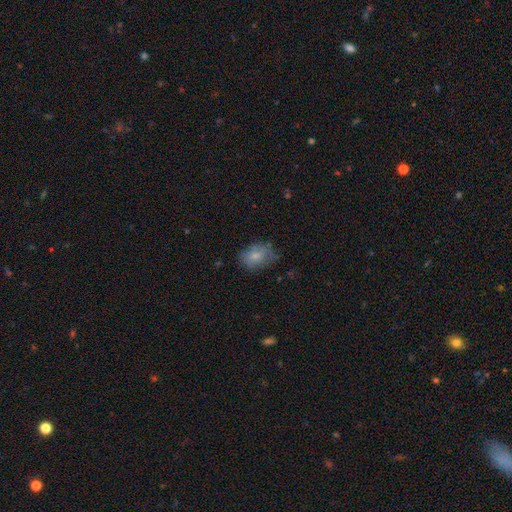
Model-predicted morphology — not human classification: A smooth galaxy with no disk features (75%) that is in between round and cigar-shaped (74%).

Vote fractions:
- Smooth or featured? smooth: 75% / featured or disk: 17% / star or artifact: 8%
- How rounded? in between: 74% / round: 25% / cigar-shaped: 1%
- Merging? none: 61% / minor disturbance: 28% / major disturbance: 9% / merger: 2%